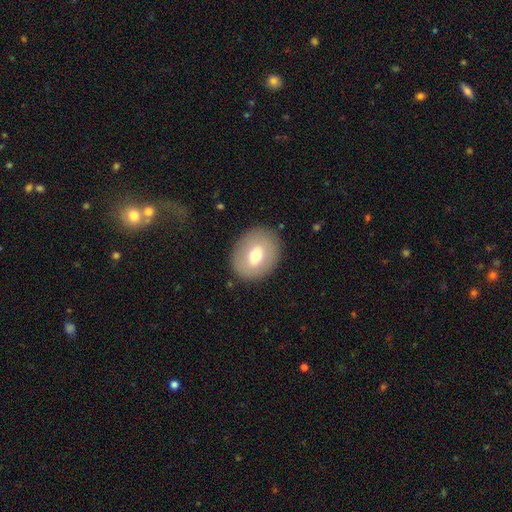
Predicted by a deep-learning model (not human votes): Smooth or featured? Predicted: smooth (p=0.64). How rounded? Predicted: in between (p=0.54). Merging? Predicted: none (p=0.85).